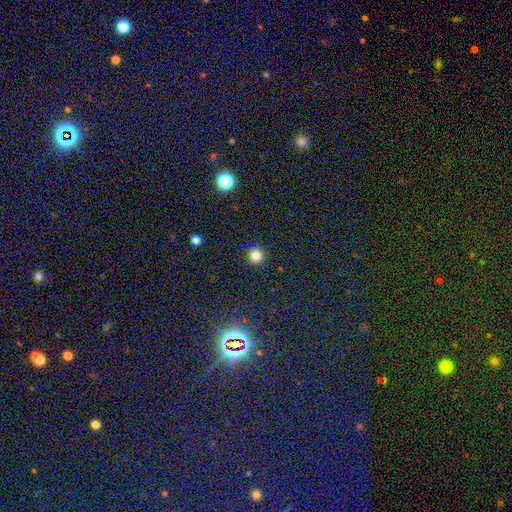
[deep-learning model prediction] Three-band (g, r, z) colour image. It shows a smooth galaxy with no disk features (78%) that is round (96%). Merging: none (91%).